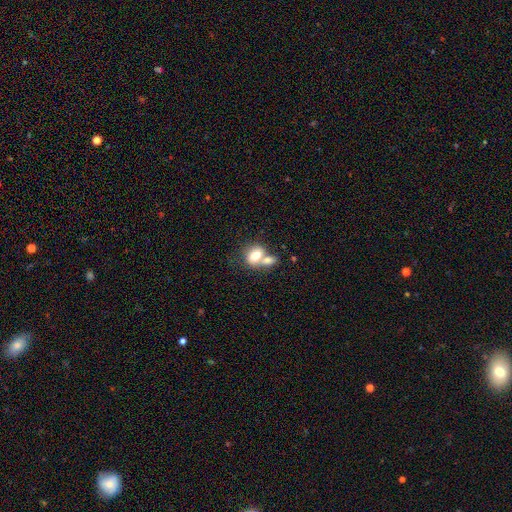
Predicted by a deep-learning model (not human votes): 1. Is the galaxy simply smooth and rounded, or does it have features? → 76% smooth, 15% featured or disk, 8% star or artifact.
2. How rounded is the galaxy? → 74% in between, 24% round, 2% cigar-shaped.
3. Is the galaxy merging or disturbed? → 61% merger, 25% none, 9% minor disturbance, 5% major disturbance.